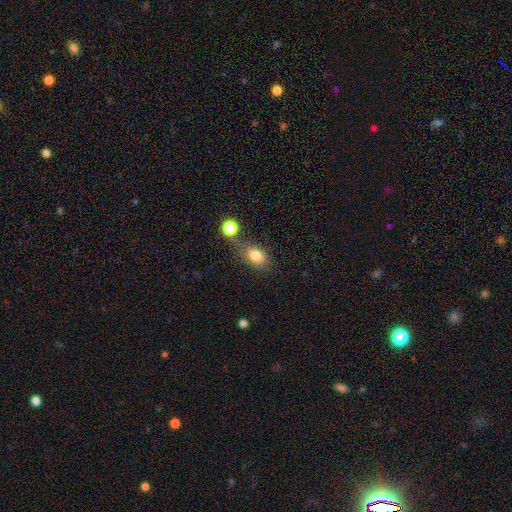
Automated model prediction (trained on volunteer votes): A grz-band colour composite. It shows a smooth galaxy with no disk features (79%) that is in between round and cigar-shaped (80%). Merging: none (53%).